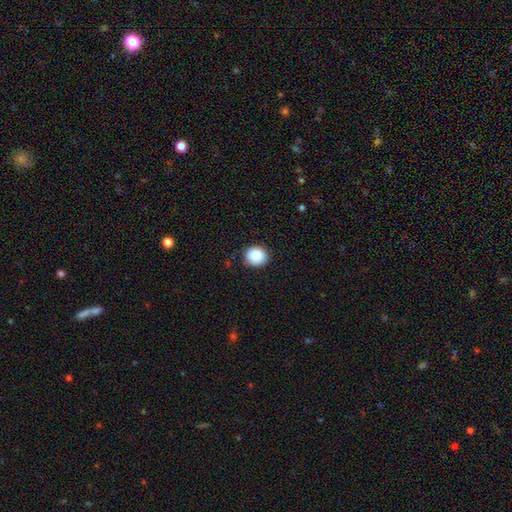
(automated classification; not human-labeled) Smooth or featured?
  - smooth: 88% *
  - star or artifact: 8%
  - featured or disk: 3%
How rounded?
  - round: 76% *
  - in between: 23%
  - cigar-shaped: 1%
Merging?
  - none: 89% *
  - minor disturbance: 8%
  - major disturbance: 2%
  - merger: 1%